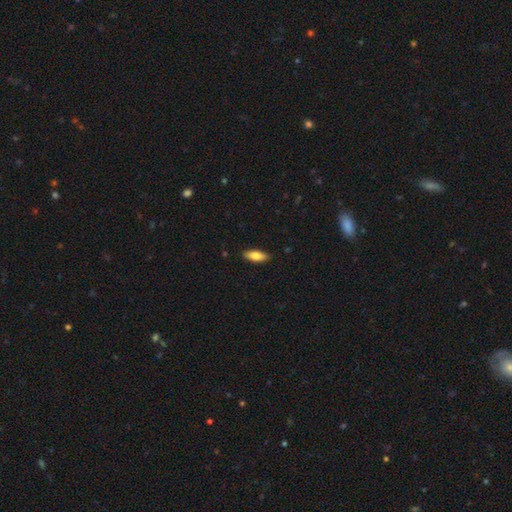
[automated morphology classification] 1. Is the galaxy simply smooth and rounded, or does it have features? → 79% smooth, 15% featured or disk, 6% star or artifact.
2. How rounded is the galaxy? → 70% in between, 27% cigar-shaped, 2% round.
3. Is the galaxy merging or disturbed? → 89% none, 8% minor disturbance, 2% major disturbance, 1% merger.